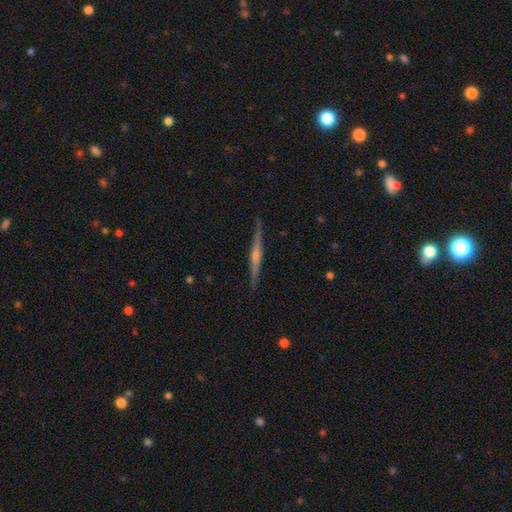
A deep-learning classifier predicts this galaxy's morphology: This appears to be a featured or disk galaxy (80%) viewed edge-on (98%) with a rounded central bulge (79%). Merging: none (91%).